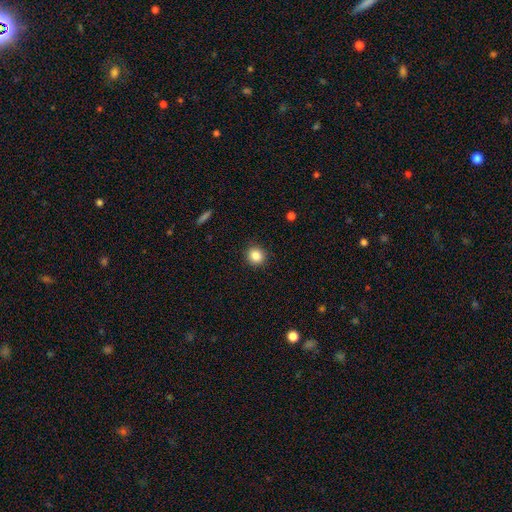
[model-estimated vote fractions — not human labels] Smooth or featured? Predicted: smooth (p=0.85). How rounded? Predicted: round (p=0.88). Merging? Predicted: none (p=0.90).